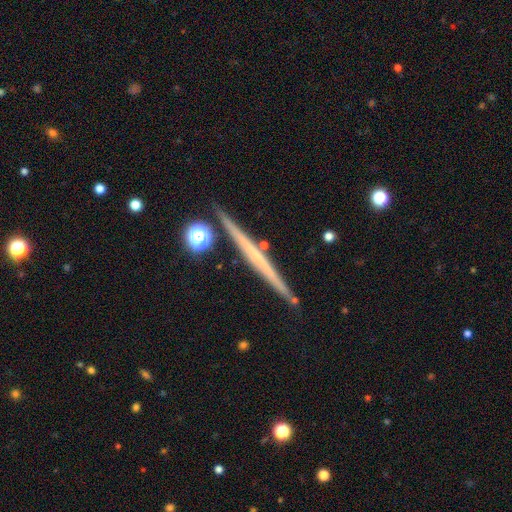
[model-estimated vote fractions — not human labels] This is likely a featured or disk galaxy (64%). It is clearly viewed edge-on (98%). Edge-on bulge: clearly none (86%). Merging: clearly none (89%).